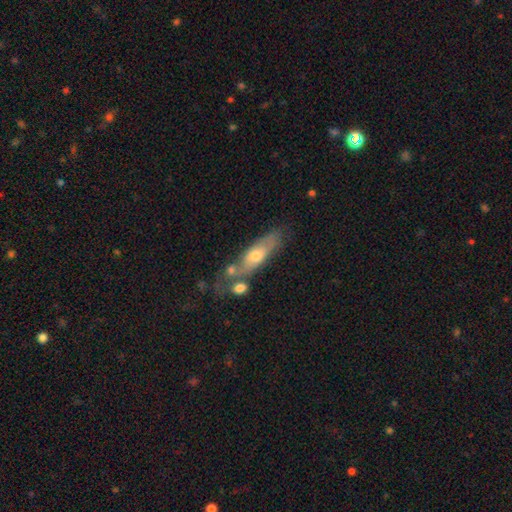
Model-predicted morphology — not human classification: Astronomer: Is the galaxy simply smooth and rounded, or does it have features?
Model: featured or disk — 53% (runner-up: smooth, 39%).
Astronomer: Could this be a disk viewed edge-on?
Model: no — 55% (runner-up: yes, 45%).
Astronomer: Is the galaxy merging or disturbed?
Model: none — 47% (runner-up: merger, 23%).